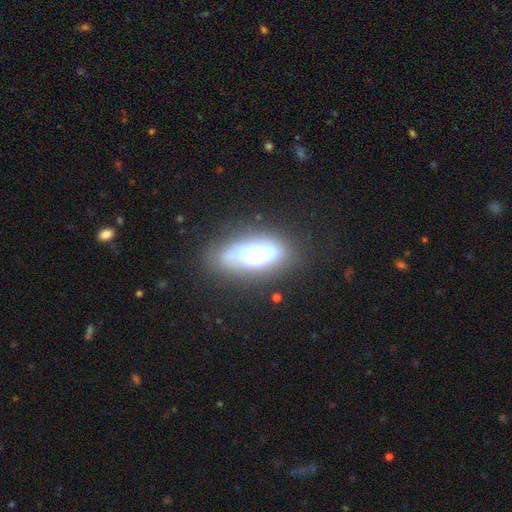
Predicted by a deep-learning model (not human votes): This appears to be a featured or disk galaxy (48%). Merging: none (57%).